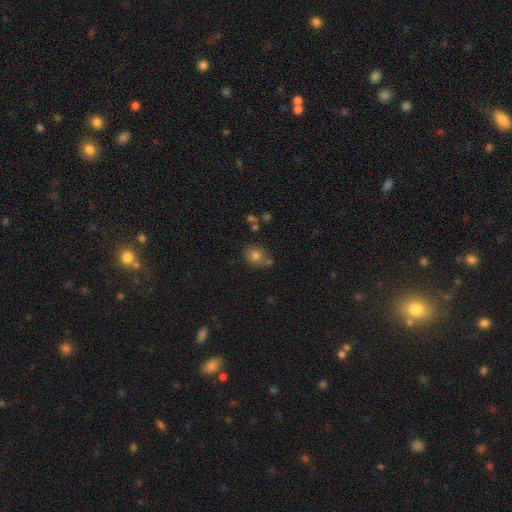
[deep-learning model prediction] This appears to be a smooth galaxy with no disk features (75%) that is round (65%). Merging: none (65%).